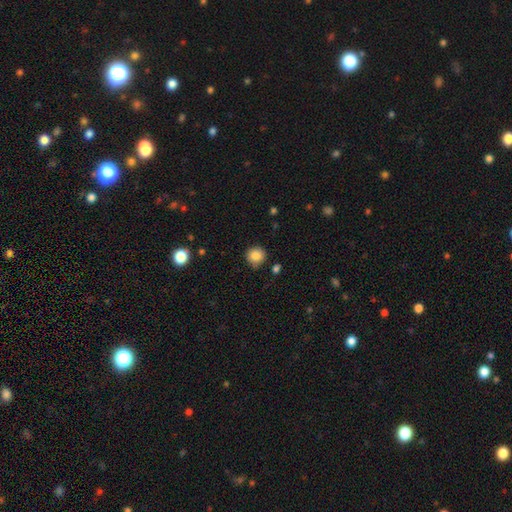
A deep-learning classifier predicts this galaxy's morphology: Overall: smooth (86%). How rounded: round (90%). Merging: none (81%).